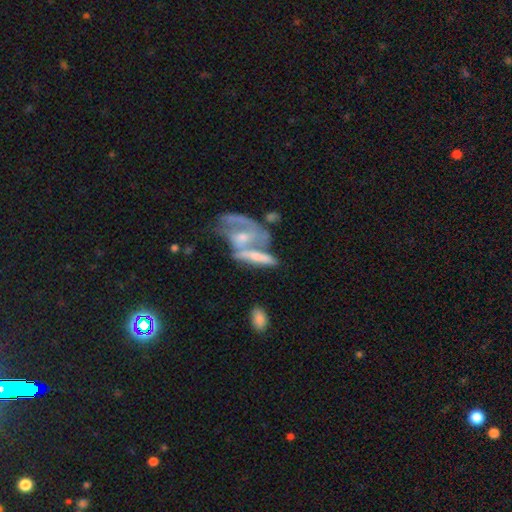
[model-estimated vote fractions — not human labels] Morphology: type=featured or disk (67%); edge-on=no (81%); bar=no (57%); spiral arms=yes (60%); bulge=small (48%); merging=merger (49%).